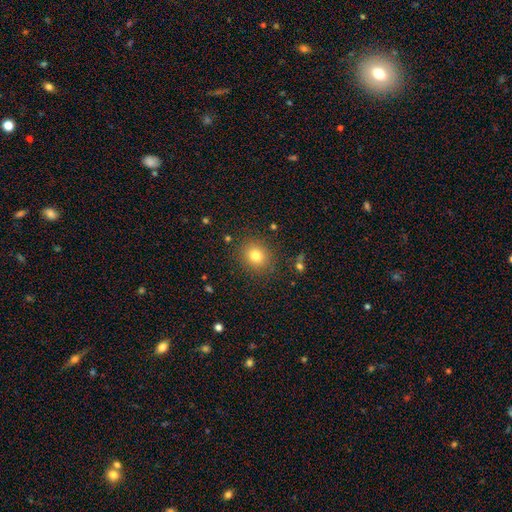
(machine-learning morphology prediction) type=smooth (79%); roundness=round (76%); merging=none (87%).